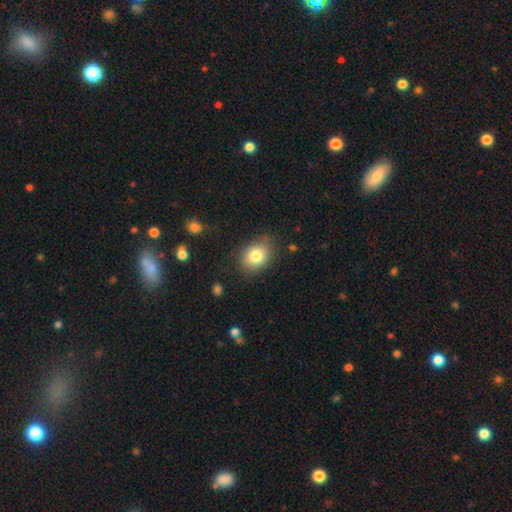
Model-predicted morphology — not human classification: This appears to be a smooth galaxy with no disk features (82%) that is in between round and cigar-shaped (58%). Merging: none (81%).